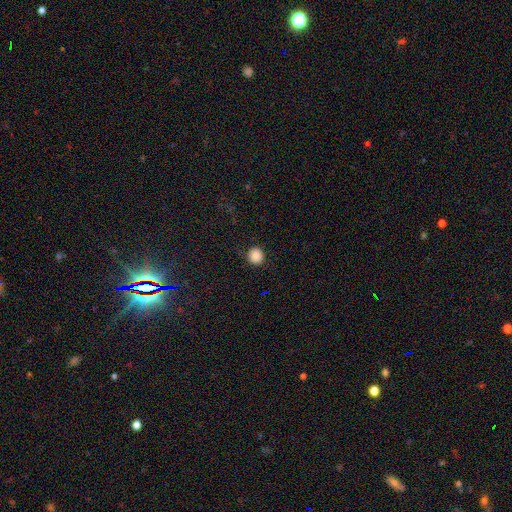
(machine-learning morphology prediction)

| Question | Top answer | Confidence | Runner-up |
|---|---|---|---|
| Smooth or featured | smooth | 84% | star or artifact (10%) |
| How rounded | round | 91% | in between (8%) |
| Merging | none | 89% | minor disturbance (8%) |